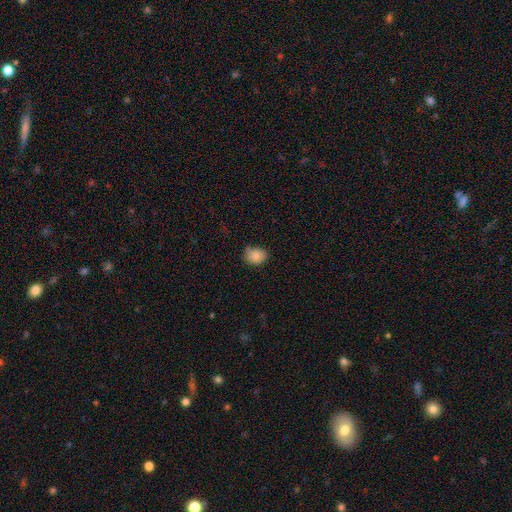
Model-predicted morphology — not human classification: Smooth or featured? smooth (85%)
How rounded? round (51%)
Merging? none (67%)